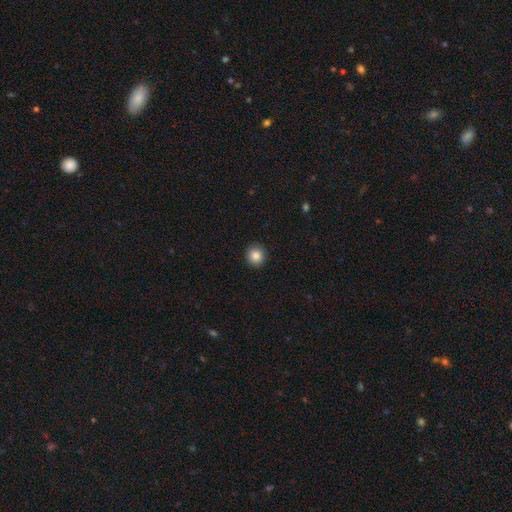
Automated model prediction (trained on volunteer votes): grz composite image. It shows a smooth galaxy with no disk features (86%) that is round (92%). Merging: none (92%).